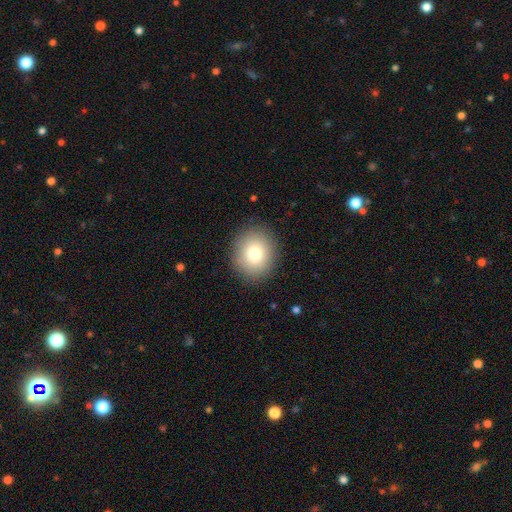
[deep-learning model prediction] Q: Smooth or featured?
A: smooth (81%); runner-up: featured or disk (10%)
Q: How rounded?
A: round (66%); runner-up: in between (33%)
Q: Merging?
A: none (88%); runner-up: minor disturbance (8%)